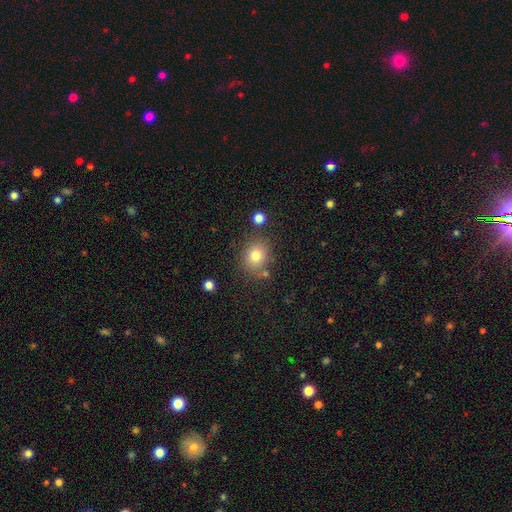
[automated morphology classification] Smooth or featured: smooth — 78% (star or artifact — 12%)
How rounded: round — 70% (in between — 29%)
Merging: none — 77% (minor disturbance — 12%)